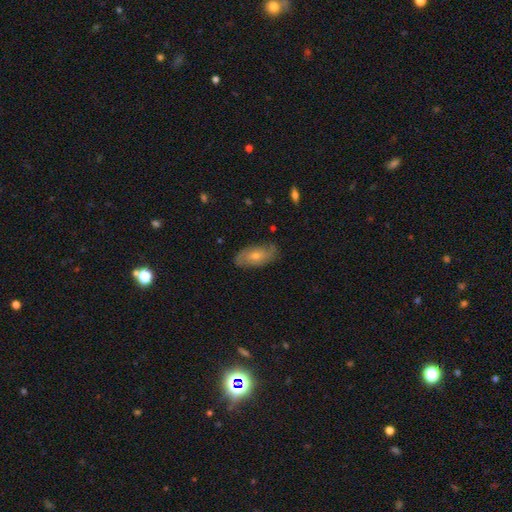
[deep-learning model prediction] A featured or disk galaxy (64%) with no bar (71%), spiral arms (85%) and a moderate central bulge (50%).

Vote fractions:
- Smooth or featured? featured or disk: 64% / smooth: 27% / star or artifact: 9%
- Edge-on disk? no: 91% / yes: 9%
- Bar? no: 71% / weak: 24% / strong: 5%
- Spiral arms? yes: 85% / no: 15%
- Bulge size? moderate: 50% / small: 45% / large: 2% / none: 2% / dominant: 1%
- Merging? none: 81% / minor disturbance: 15% / major disturbance: 4% / merger: 1%